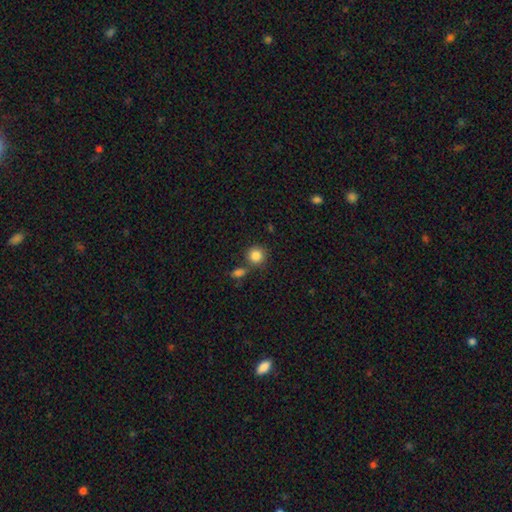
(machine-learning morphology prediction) Q: Smooth or featured?
A: smooth (85%); runner-up: star or artifact (9%)
Q: How rounded?
A: round (89%); runner-up: in between (10%)
Q: Merging?
A: none (69%); runner-up: merger (17%)